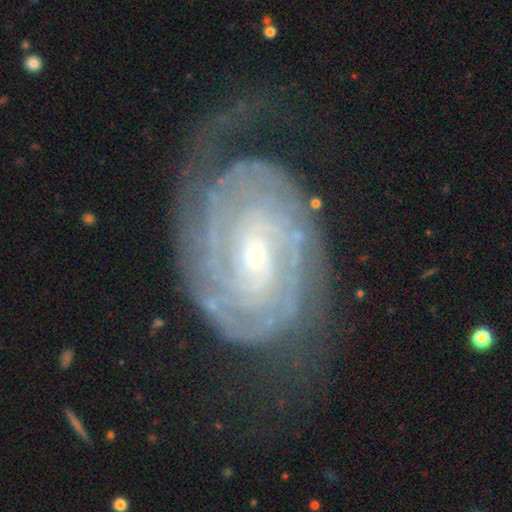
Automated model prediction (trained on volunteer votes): Smooth or featured?
  - featured or disk: 90% *
  - star or artifact: 5%
  - smooth: 5%
Edge-on disk?
  - no: 96% *
  - yes: 4%
Bar?
  - no: 55% *
  - weak: 32%
  - strong: 14%
Spiral arms?
  - yes: 97% *
  - no: 3%
Spiral winding?
  - tight: 76% *
  - medium: 19%
  - loose: 5%
Spiral arm count?
  - 2: 47% *
  - can't tell: 22%
  - 3: 12%
  - 4: 8%
  - more than 4: 6%
  - 1: 6%
Bulge size?
  - small: 77% *
  - moderate: 19%
  - none: 2%
  - large: 2%
  - dominant: 1%
Merging?
  - none: 61% *
  - minor disturbance: 19%
  - major disturbance: 18%
  - merger: 2%